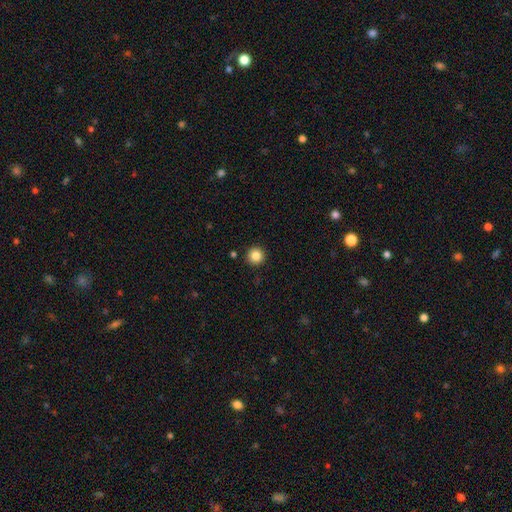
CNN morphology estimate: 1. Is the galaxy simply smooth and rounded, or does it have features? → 85% smooth, 11% star or artifact, 5% featured or disk.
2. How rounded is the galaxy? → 96% round, 3% in between, 1% cigar-shaped.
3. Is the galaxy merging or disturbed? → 92% none, 5% minor disturbance, 2% merger, 2% major disturbance.